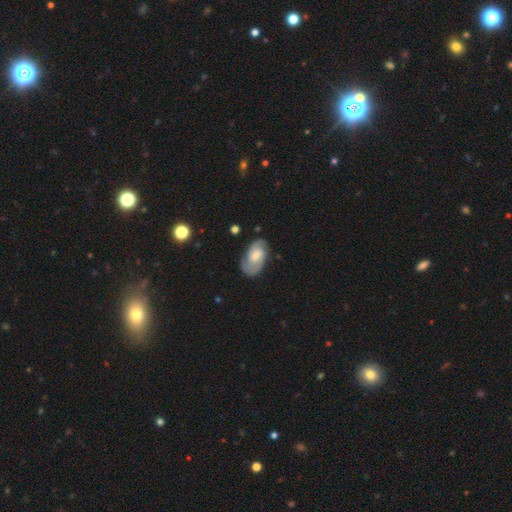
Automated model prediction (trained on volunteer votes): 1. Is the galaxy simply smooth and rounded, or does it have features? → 75% featured or disk, 20% smooth, 6% star or artifact.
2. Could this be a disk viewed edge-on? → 96% no, 4% yes.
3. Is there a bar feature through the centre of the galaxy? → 49% no, 42% weak, 9% strong.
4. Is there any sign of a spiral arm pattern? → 93% yes, 7% no.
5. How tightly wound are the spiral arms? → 43% tight (tied), 43% medium (tied), 14% loose.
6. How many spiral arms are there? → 83% 2, 10% can't tell, 3% 1, 2% 3, 1% 4, 1% more than 4.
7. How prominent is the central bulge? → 43% moderate, 28% small, 16% large, 11% none, 2% dominant.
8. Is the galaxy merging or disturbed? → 76% none, 17% minor disturbance, 5% major disturbance, 2% merger.